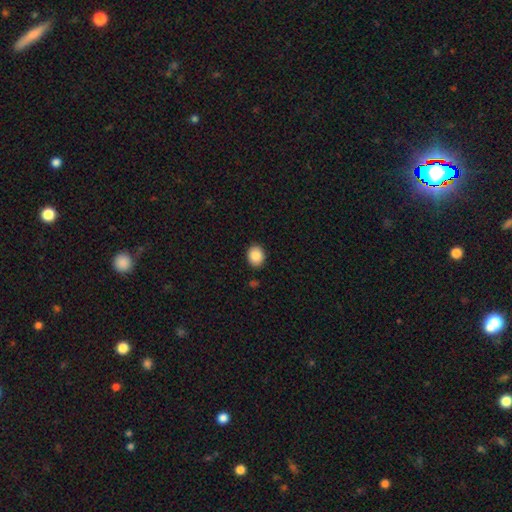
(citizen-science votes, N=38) A smooth galaxy with no disk features (87%) that is round (70%).

Vote fractions:
- Smooth or featured? smooth: 87% / star or artifact: 8% / featured or disk: 5%
- How rounded? round: 70% / in between: 30% / cigar-shaped: 0%
- Merging? none: 89% / minor disturbance: 9% / major disturbance: 3% / merger: 0%